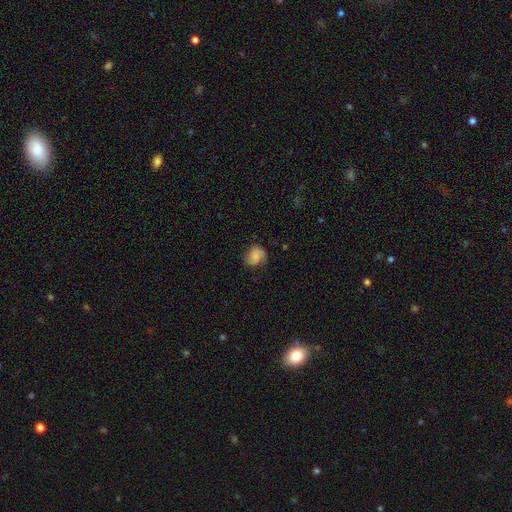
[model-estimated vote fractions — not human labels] Smooth or featured: smooth — 64% (featured or disk — 27%)
How rounded: round — 64% (in between — 35%)
Merging: none — 66% (minor disturbance — 24%)